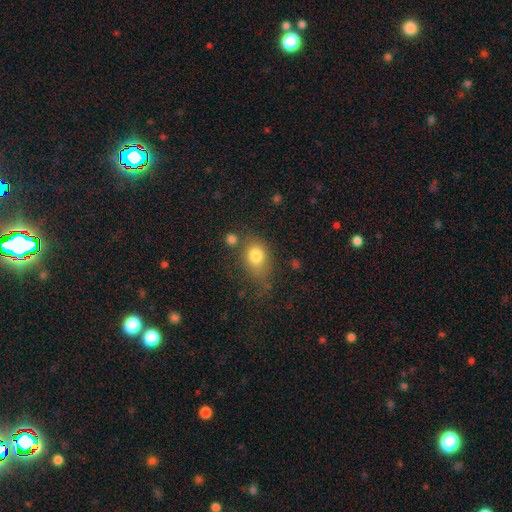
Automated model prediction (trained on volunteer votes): Morphology: type=smooth (79%); roundness=in between (62%); merging=none (52%).